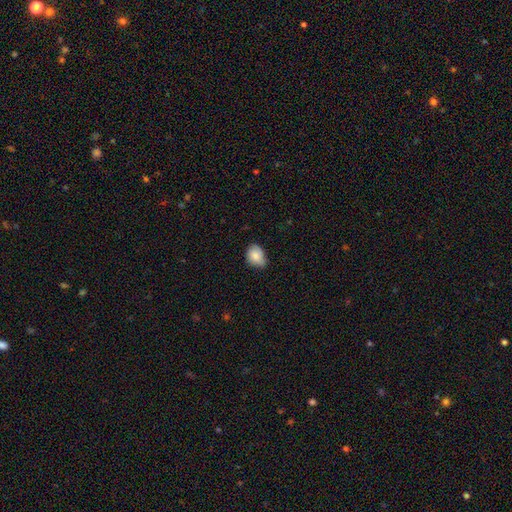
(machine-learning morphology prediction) Q: Smooth or featured?
A: smooth (83%); runner-up: featured or disk (9%)
Q: How rounded?
A: in between (58%); runner-up: round (41%)
Q: Merging?
A: none (63%); runner-up: minor disturbance (31%)